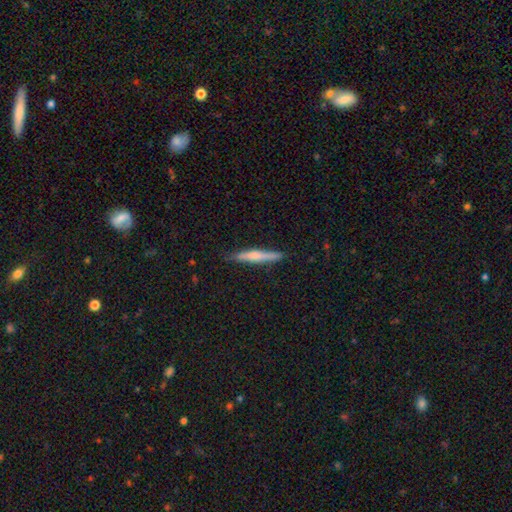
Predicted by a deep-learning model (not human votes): The model was most divided on "smooth or featured": smooth: 54%, featured or disk: 40%, star or artifact: 6%. More confident: how rounded — cigar-shaped (94%); merging — none (86%).